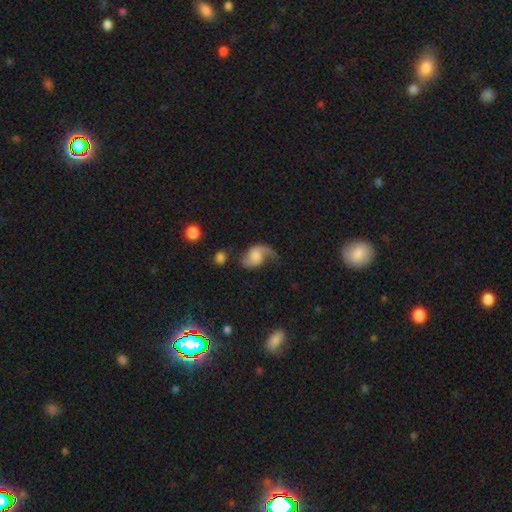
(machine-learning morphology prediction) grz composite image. It shows a featured or disk galaxy (74%) with no bar (64%), 2 (74%) loose (64%) spiral arms (94%) and no central bulge (37%). Merging: none (50%).